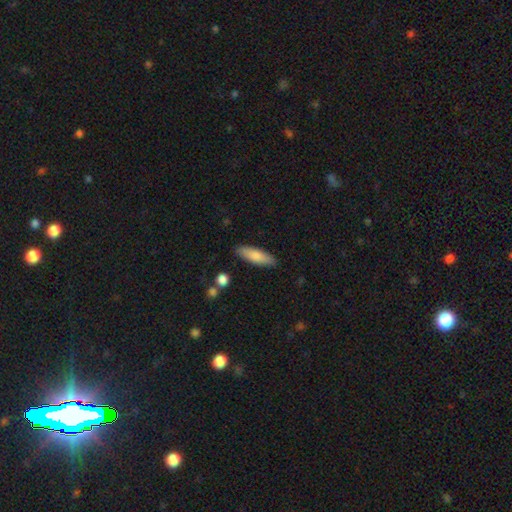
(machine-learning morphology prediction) A smooth galaxy with no disk features (80%) that is cigar-shaped (52%). Merging: none (87%).